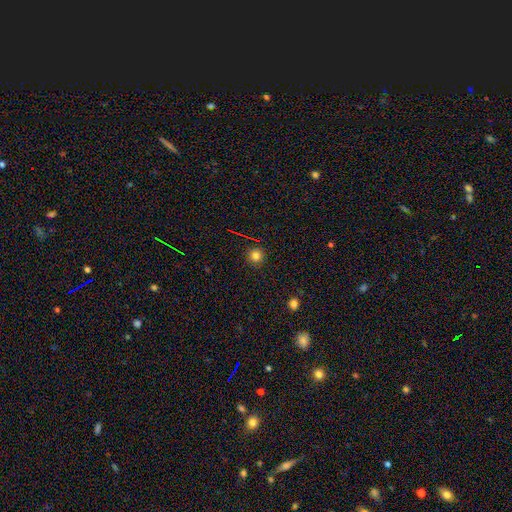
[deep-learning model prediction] smooth-or-featured: smooth: 79% | star or artifact: 15% | featured or disk: 6%
  how-rounded: round: 95% | in between: 4% | cigar-shaped: 1%
  merging: none: 91% | minor disturbance: 6% | major disturbance: 2% | merger: 1%